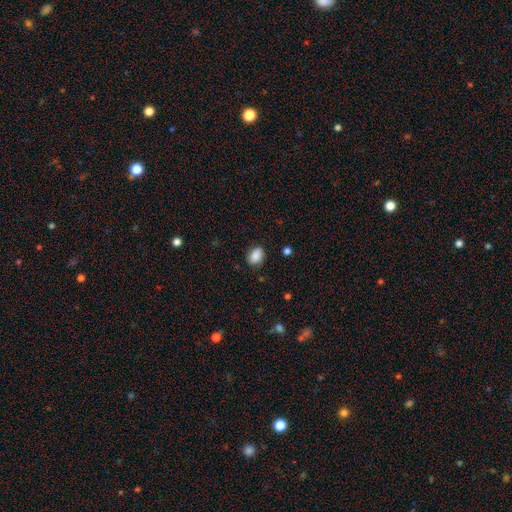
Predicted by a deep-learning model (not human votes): Overall: smooth (85%). How rounded: in between (70%). Merging: none (80%).